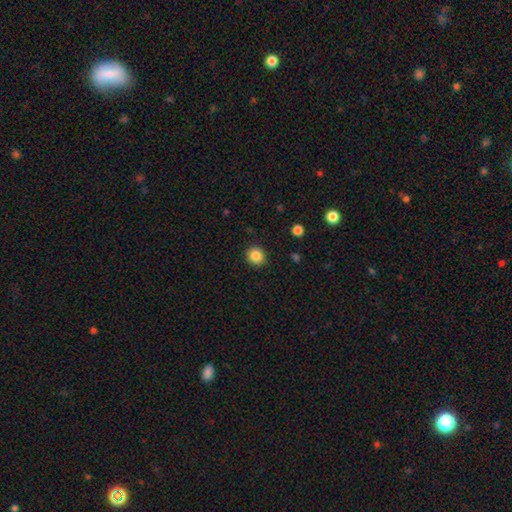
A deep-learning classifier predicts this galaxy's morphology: This appears to be a smooth galaxy with no disk features (86%) that is round (88%). Merging: none (90%).